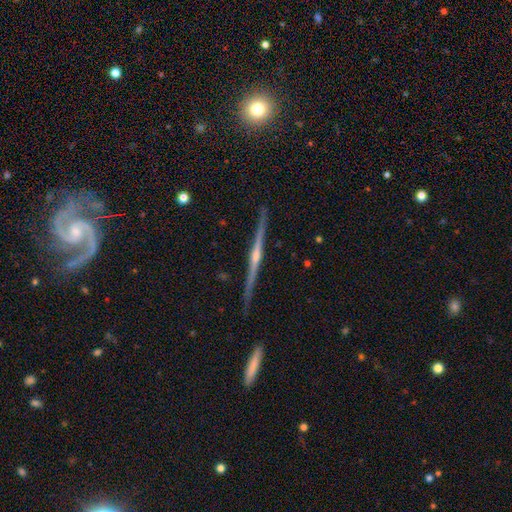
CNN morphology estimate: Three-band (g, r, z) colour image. It shows a featured or disk galaxy (88%) viewed edge-on (97%) with a rounded central bulge (82%). Merging: none (87%).